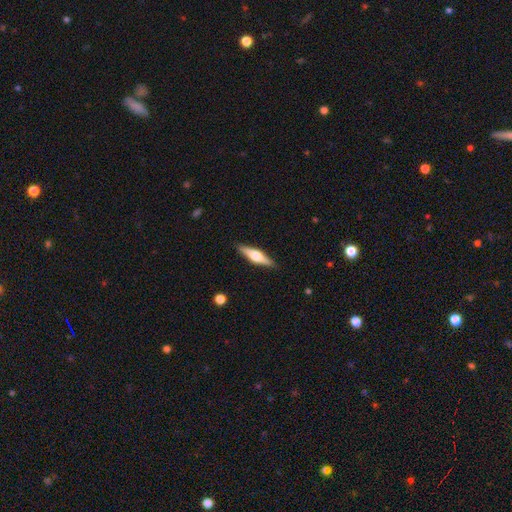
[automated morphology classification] Smooth or featured: featured or disk — 57% (smooth — 37%)
Edge-on disk: yes — 96% (no — 4%)
Edge-on bulge: rounded — 91% (boxy — 6%)
Merging: none — 89% (minor disturbance — 8%)